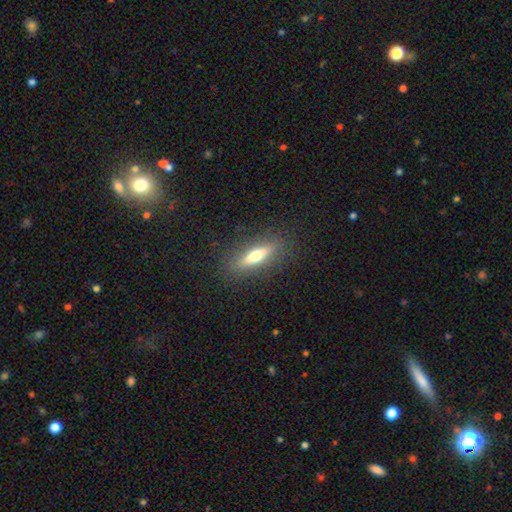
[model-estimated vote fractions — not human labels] Overall: smooth (50%; featured or disk 43%). Merging: none (87%).